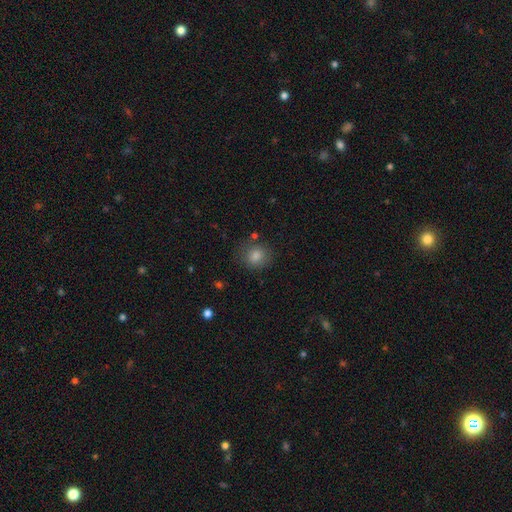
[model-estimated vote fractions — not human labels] A smooth galaxy with no disk features (79%) that is round (80%). Merging: none (81%).